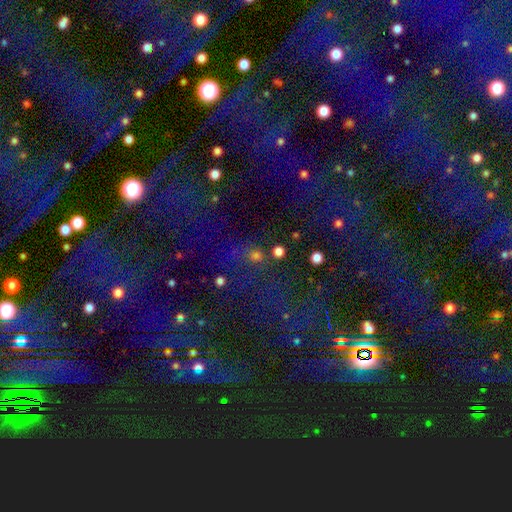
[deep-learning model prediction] Smooth or featured: star or artifact — 65% (smooth — 24%)